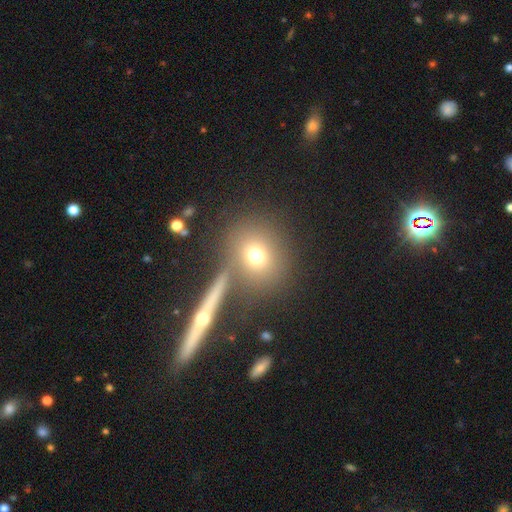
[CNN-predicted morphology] This appears to be a smooth galaxy with no disk features (72%) that is round (79%). Merging: none (71%).